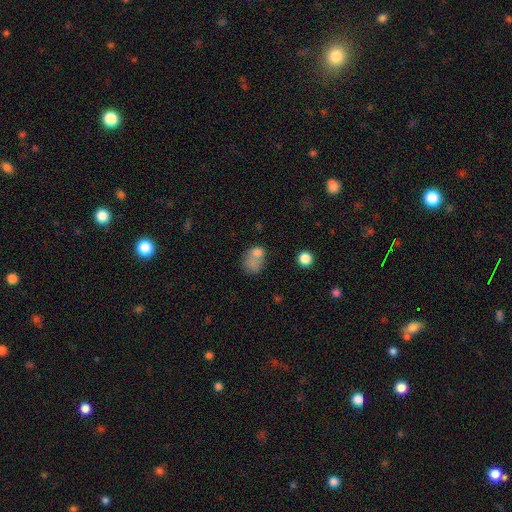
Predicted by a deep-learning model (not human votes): Q: Smooth or featured?
A: smooth (73%); runner-up: featured or disk (15%)
Q: How rounded?
A: in between (54%); runner-up: round (44%)
Q: Merging?
A: merger (36%); runner-up: none (32%)